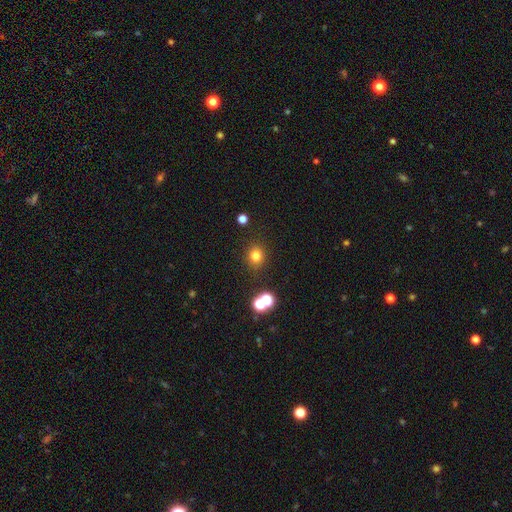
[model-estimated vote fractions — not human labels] Smooth or featured: smooth — 78% (star or artifact — 16%)
How rounded: round — 82% (in between — 17%)
Merging: none — 86% (minor disturbance — 8%)